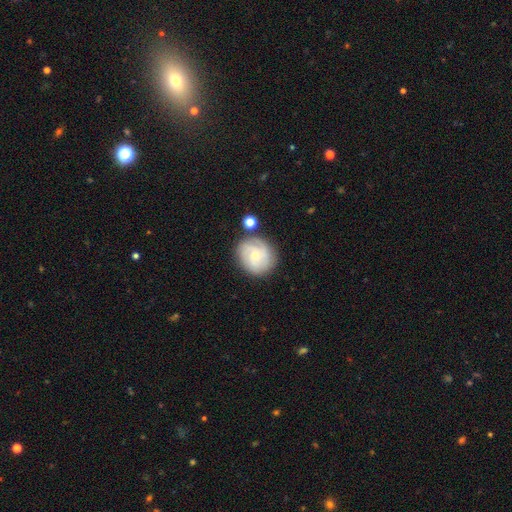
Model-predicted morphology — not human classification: Smooth or featured: featured or disk — 64% (smooth — 28%)
Edge-on disk: no — 97% (yes — 3%)
Bar: no — 74% (weak — 23%)
Spiral arms: yes — 88% (no — 12%)
Spiral winding: tight — 62% (medium — 29%)
Spiral arm count: 3 — 33% (can't tell — 30%)
Bulge size: small — 56% (moderate — 41%)
Merging: none — 76% (minor disturbance — 14%)